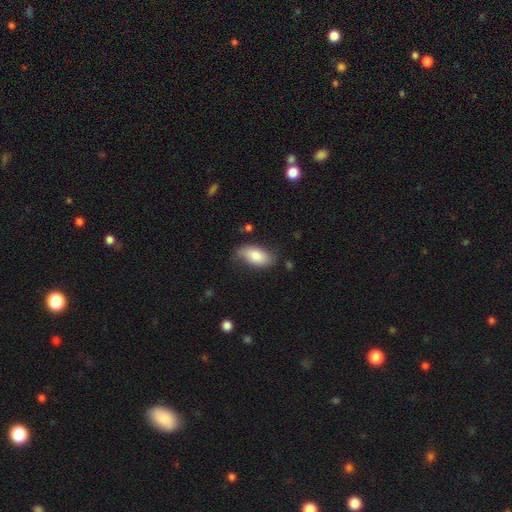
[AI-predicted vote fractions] A smooth galaxy with no disk features (77%) that is in between round and cigar-shaped (93%). Merging: none (68%).